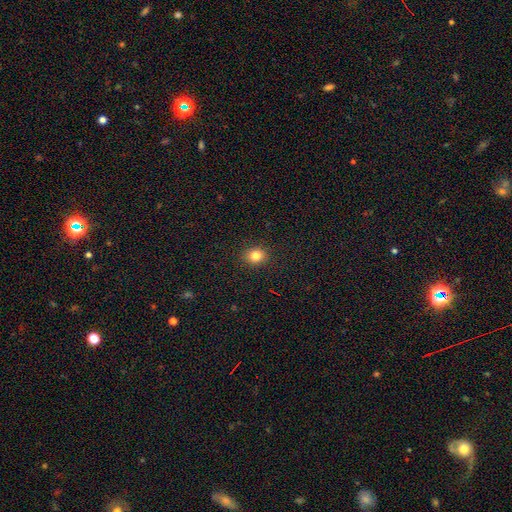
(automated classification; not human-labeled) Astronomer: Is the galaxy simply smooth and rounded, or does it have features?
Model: smooth — 83%.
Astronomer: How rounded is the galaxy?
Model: round — 69%.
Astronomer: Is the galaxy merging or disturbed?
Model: none — 90%.